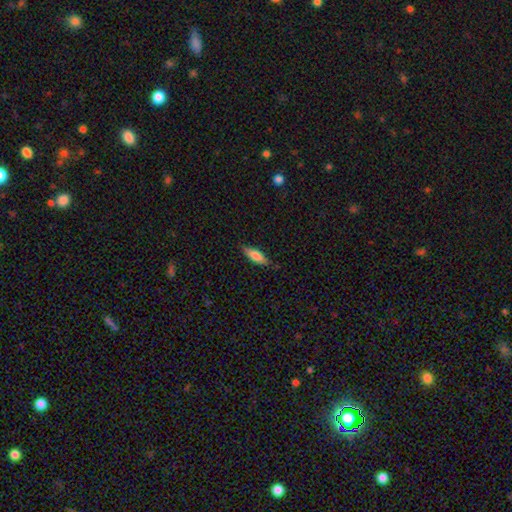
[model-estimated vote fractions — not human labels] smooth_or_featured: smooth (p=0.77) [alt: featured or disk p=0.16]
how_rounded: in between (p=0.53) [alt: cigar-shaped p=0.45]
merging: none (p=0.83) [alt: minor disturbance p=0.13]